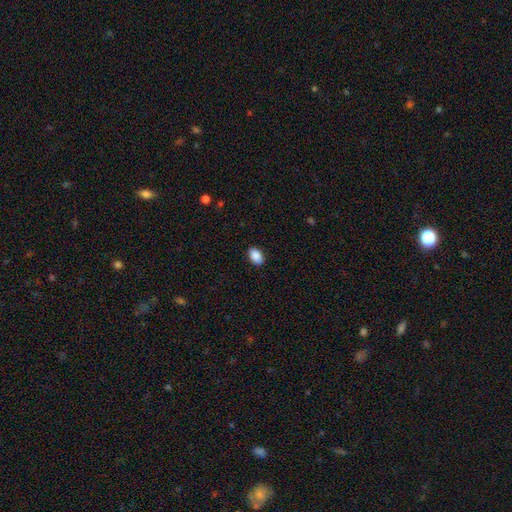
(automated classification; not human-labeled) A smooth galaxy with no disk features (89%) that is in between round and cigar-shaped (88%). Merging: none (89%).